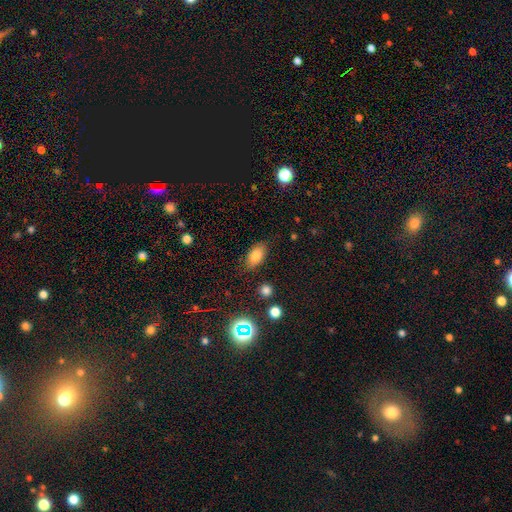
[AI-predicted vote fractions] Smooth or featured? Predicted: smooth (p=0.80). How rounded? Predicted: in between (p=0.89). Merging? Predicted: none (p=0.83).